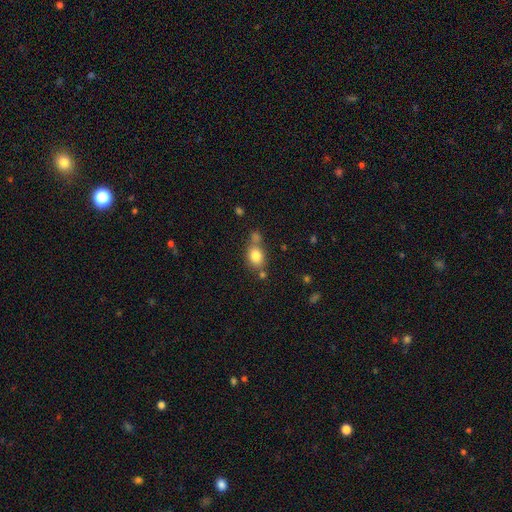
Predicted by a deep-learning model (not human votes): A smooth galaxy with no disk features (81%) that is in between round and cigar-shaped (52%).

Vote fractions:
- Smooth or featured? smooth: 81% / star or artifact: 10% / featured or disk: 9%
- How rounded? in between: 52% / round: 46% / cigar-shaped: 2%
- Merging? none: 55% / merger: 26% / minor disturbance: 14% / major disturbance: 5%